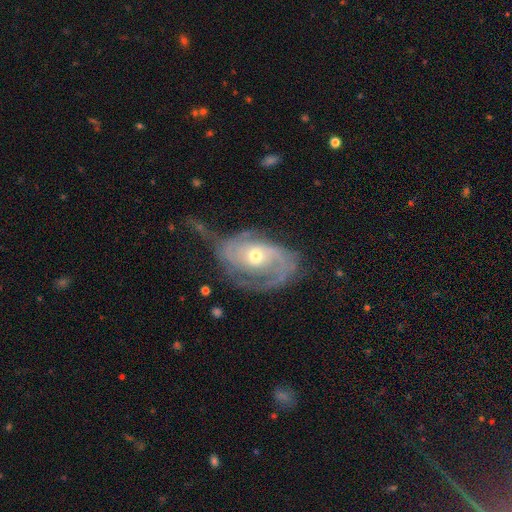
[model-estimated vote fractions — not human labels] A featured or disk galaxy (83%) with no bar (64%), 2 (50%) medium (40%, tied with tight) spiral arms (92%) and a moderate central bulge (56%). Merging: none (42%).